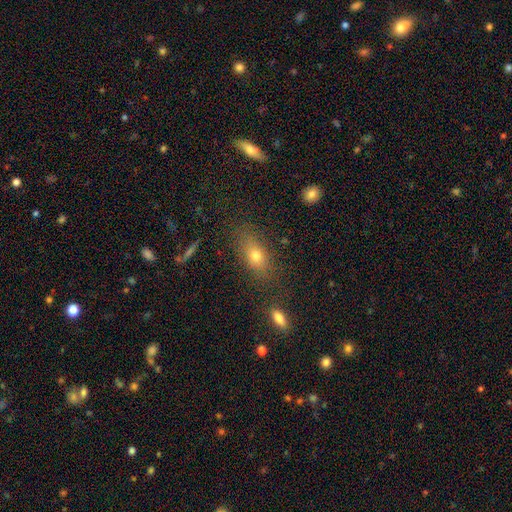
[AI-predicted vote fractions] smooth-or-featured: smooth: 70% | featured or disk: 16% | star or artifact: 14%
  how-rounded: in between: 76% | round: 13% | cigar-shaped: 11%
  merging: none: 79% | minor disturbance: 14% | major disturbance: 5% | merger: 3%